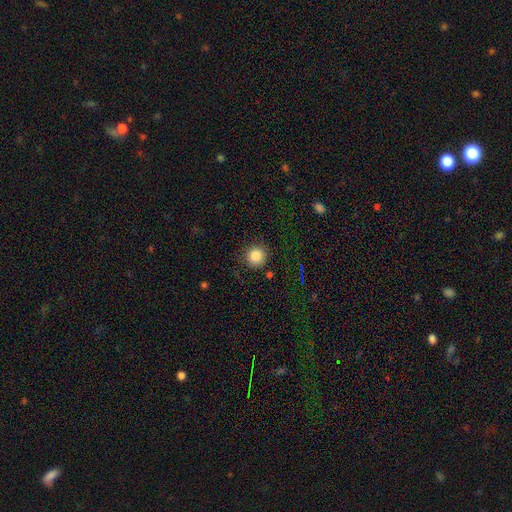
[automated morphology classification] Smooth or featured: smooth — 84% (star or artifact — 11%)
How rounded: round — 93% (in between — 6%)
Merging: none — 86% (minor disturbance — 9%)